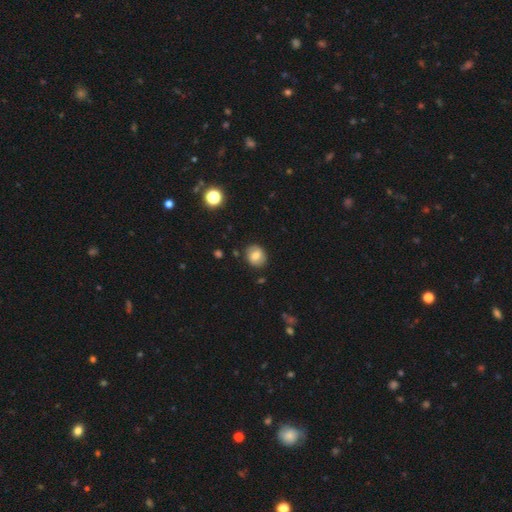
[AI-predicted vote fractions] A smooth galaxy with no disk features (72%) that is round (66%). Merging: none (84%).